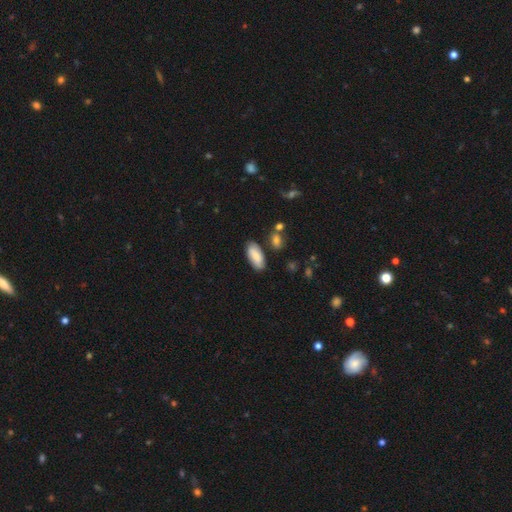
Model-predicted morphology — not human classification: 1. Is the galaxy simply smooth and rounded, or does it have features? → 81% smooth, 12% featured or disk, 7% star or artifact.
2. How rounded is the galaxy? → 88% in between, 10% cigar-shaped, 2% round.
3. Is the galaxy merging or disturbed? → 81% none, 13% minor disturbance, 4% merger, 3% major disturbance.